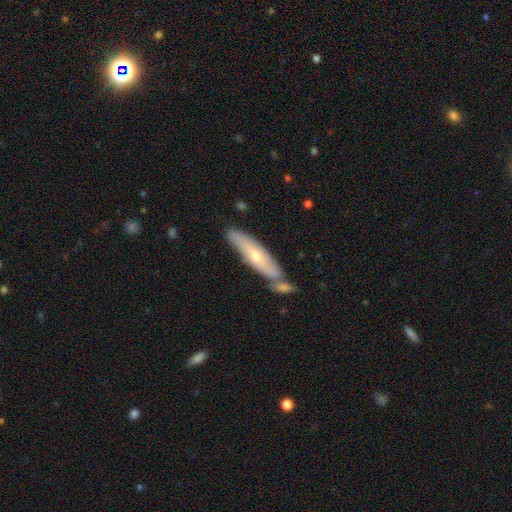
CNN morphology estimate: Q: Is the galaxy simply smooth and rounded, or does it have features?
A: featured or disk — 48%.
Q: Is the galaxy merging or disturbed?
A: none — 57%.